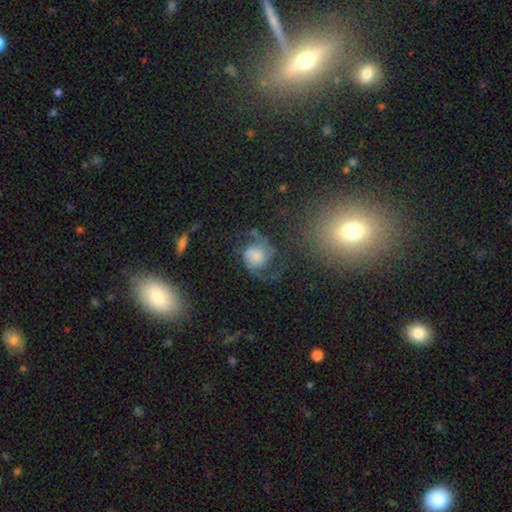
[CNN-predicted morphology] A featured or disk galaxy (76%) with no bar (72%), 2 (85%) loose (43%) spiral arms (95%) and a small central bulge (28%).

Vote fractions:
- Smooth or featured? featured or disk: 76% / smooth: 16% / star or artifact: 8%
- Edge-on disk? no: 98% / yes: 2%
- Bar? no: 72% / weak: 22% / strong: 5%
- Spiral arms? yes: 95% / no: 5%
- Spiral winding? loose: 43% / medium: 42% / tight: 15%
- Spiral arm count? 2: 85% / 1: 6% / can't tell: 4% / 3: 3% / 4: 2% / more than 4: 2%
- Bulge size? small: 28% / large: 23% / moderate: 23% / none: 16% / dominant: 9%
- Merging? none: 55% / major disturbance: 22% / minor disturbance: 19% / merger: 4%